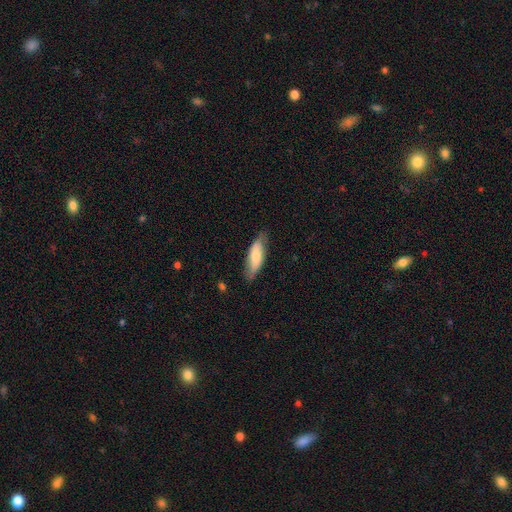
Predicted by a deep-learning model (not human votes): smooth 71%, featured or disk 23%, star or artifact 6%. Down the decision tree: how rounded — in between (60%); merging — none (76%).